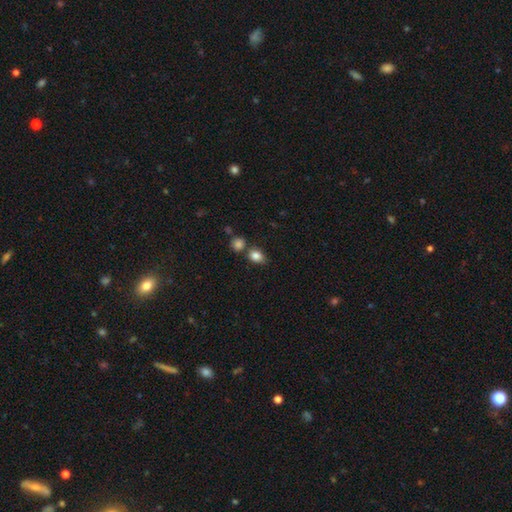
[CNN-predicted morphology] smooth-or-featured: smooth: 84% | star or artifact: 10% | featured or disk: 6%
  how-rounded: in between: 62% | round: 37% | cigar-shaped: 1%
  merging: none: 65% | merger: 18% | minor disturbance: 13% | major disturbance: 4%